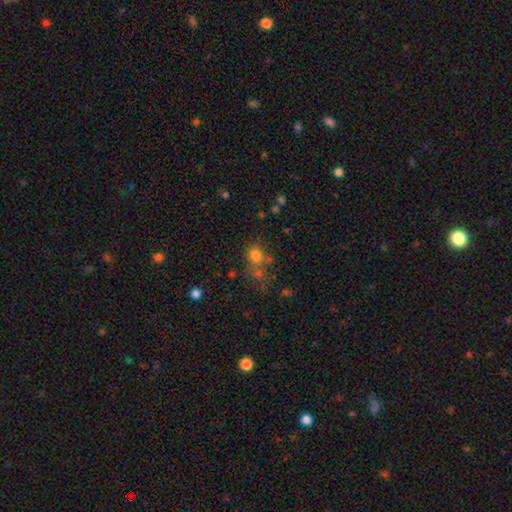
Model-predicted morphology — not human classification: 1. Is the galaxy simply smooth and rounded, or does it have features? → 75% smooth, 16% star or artifact, 9% featured or disk.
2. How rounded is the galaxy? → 73% round, 26% in between, 1% cigar-shaped.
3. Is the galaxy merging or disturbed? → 55% none, 24% merger, 13% minor disturbance, 8% major disturbance.